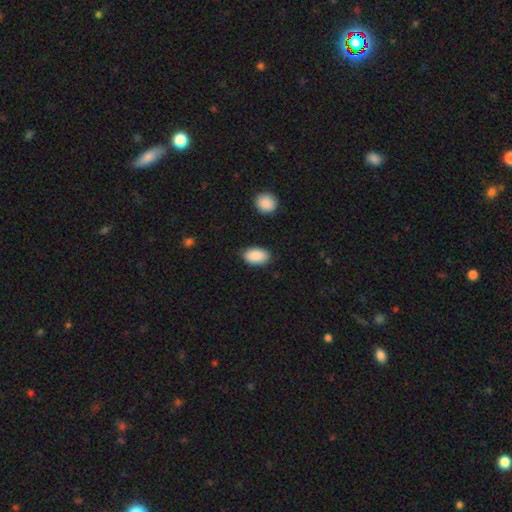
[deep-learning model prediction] This appears to be a smooth galaxy with no disk features (90%) that is in between round and cigar-shaped (92%). Merging: none (84%).